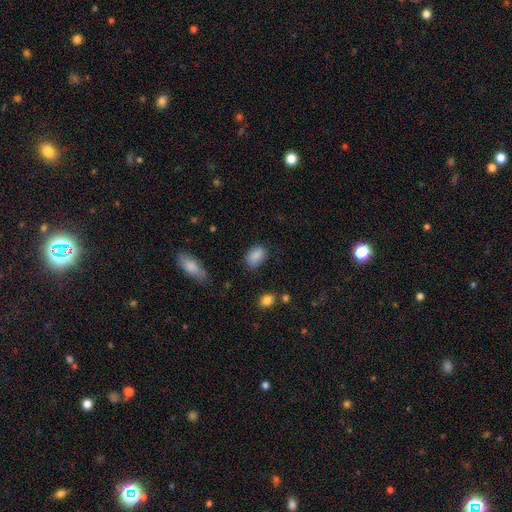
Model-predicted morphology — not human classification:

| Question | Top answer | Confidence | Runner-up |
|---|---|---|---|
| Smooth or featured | smooth | 88% | star or artifact (8%) |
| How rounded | in between | 85% | round (13%) |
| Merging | none | 81% | minor disturbance (14%) |